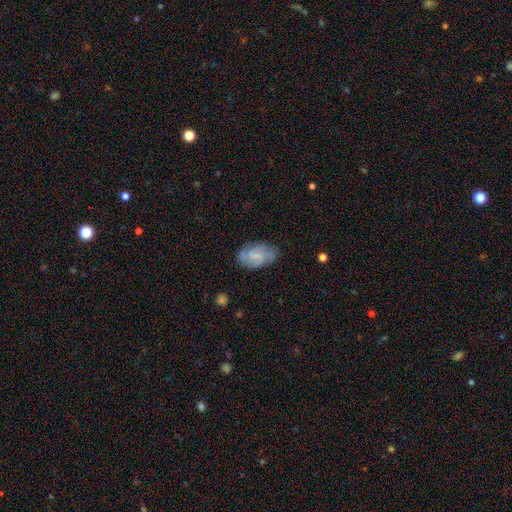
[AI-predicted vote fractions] Smooth or featured?
  - featured or disk: 55% *
  - smooth: 37%
  - star or artifact: 8%
Edge-on disk?
  - no: 96% *
  - yes: 4%
Bar?
  - weak: 50% *
  - no: 38%
  - strong: 12%
Spiral arms?
  - yes: 85% *
  - no: 15%
Bulge size?
  - small: 41% *
  - none: 38%
  - moderate: 17%
  - large: 2%
  - dominant: 1%
Merging?
  - none: 75% *
  - minor disturbance: 18%
  - major disturbance: 5%
  - merger: 1%